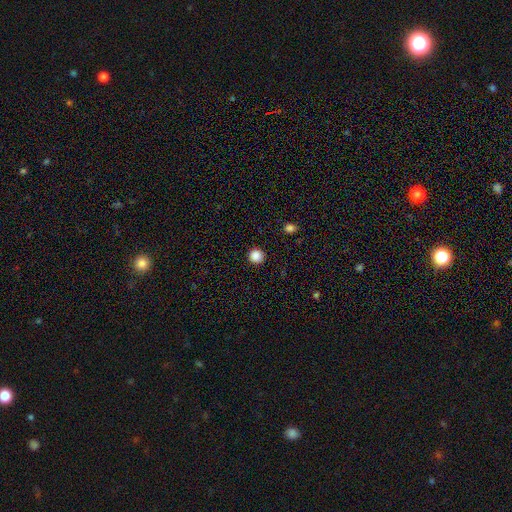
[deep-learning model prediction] Morphology: type=smooth (87%); roundness=round (96%); merging=none (93%).